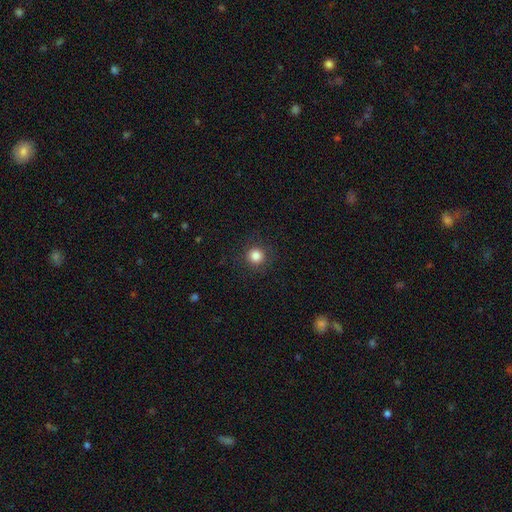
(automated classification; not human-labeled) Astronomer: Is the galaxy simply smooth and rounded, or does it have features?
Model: smooth — 84%.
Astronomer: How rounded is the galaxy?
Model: round — 95%.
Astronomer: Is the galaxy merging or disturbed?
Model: none — 90%.